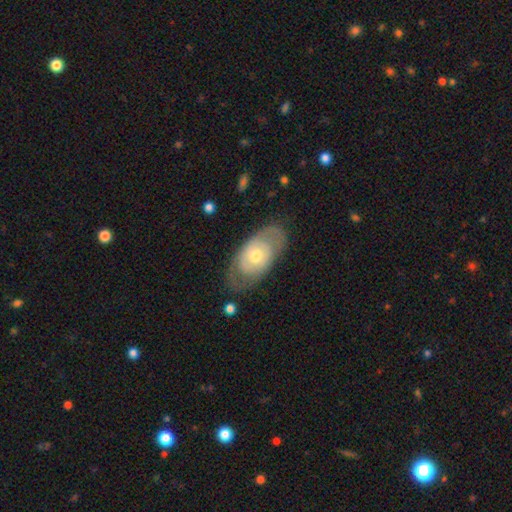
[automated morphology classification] Smooth or featured: featured or disk — 63% (smooth — 32%)
Edge-on disk: no — 91% (yes — 9%)
Bar: no — 81% (weak — 16%)
Spiral arms: yes — 53% (no — 47%)
Bulge size: moderate — 68% (small — 22%)
Merging: none — 68% (minor disturbance — 21%)